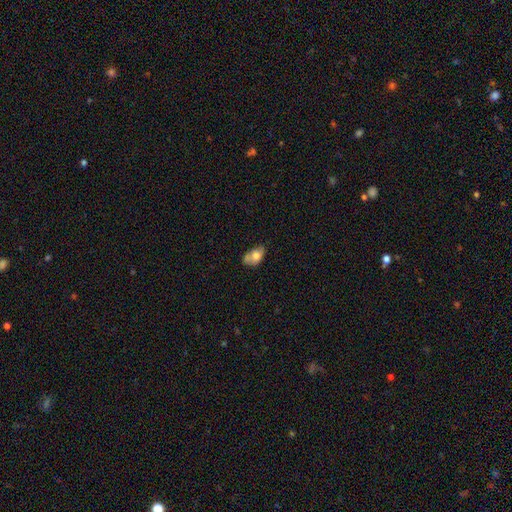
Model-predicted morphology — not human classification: This appears to be a smooth galaxy with no disk features (68%) that is in between round and cigar-shaped (87%). Merging: none (37%).